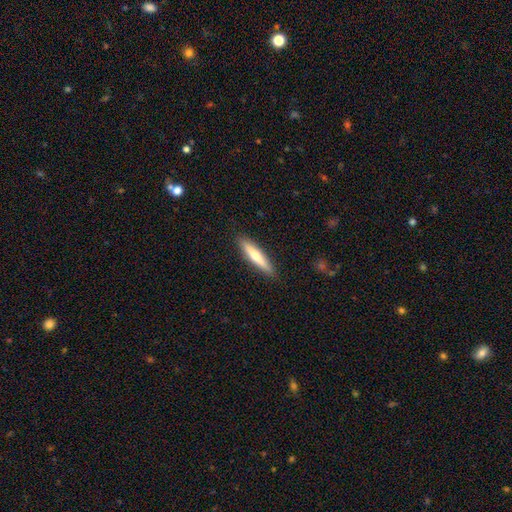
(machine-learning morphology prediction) type=smooth (55%); roundness=cigar-shaped (88%); merging=none (90%).